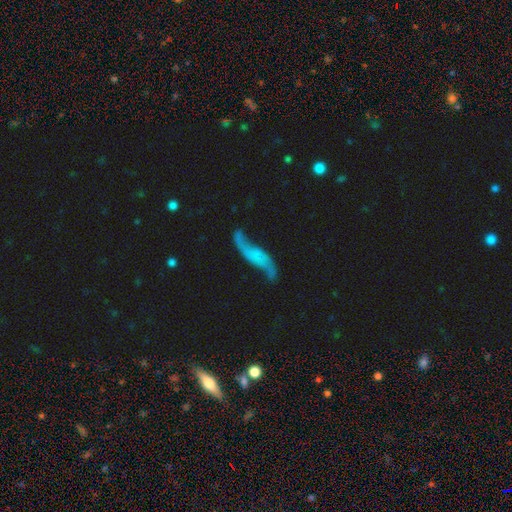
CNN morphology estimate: Q: Smooth or featured?
A: featured or disk (77%); runner-up: smooth (16%)
Q: Edge-on disk?
A: no (86%); runner-up: yes (14%)
Q: Bar?
A: no (61%); runner-up: weak (28%)
Q: Spiral arms?
A: yes (92%); runner-up: no (8%)
Q: Spiral winding?
A: loose (91%); runner-up: medium (6%)
Q: Spiral arm count?
A: 2 (92%); runner-up: 1 (4%)
Q: Bulge size?
A: none (58%); runner-up: small (29%)
Q: Merging?
A: none (64%); runner-up: minor disturbance (20%)